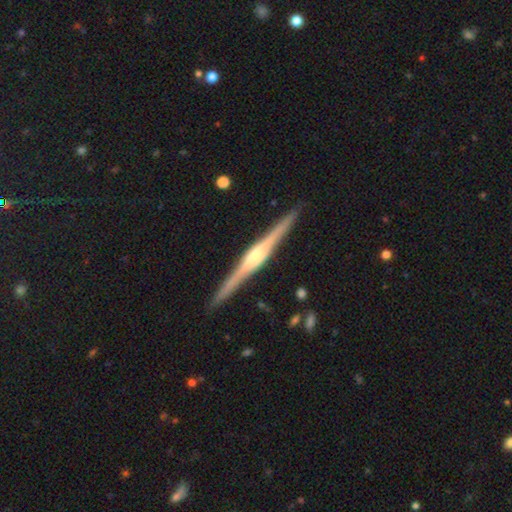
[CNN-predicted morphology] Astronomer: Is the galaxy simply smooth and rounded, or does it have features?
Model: featured or disk — 84%.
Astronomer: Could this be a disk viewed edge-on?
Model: yes — 98%.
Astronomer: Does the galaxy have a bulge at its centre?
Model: rounded — 66%.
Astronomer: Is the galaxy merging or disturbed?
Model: none — 89%.